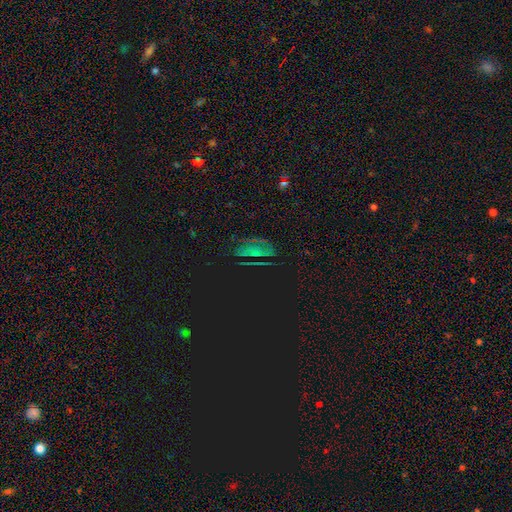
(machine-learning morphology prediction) smooth-or-featured: star or artifact: 62% | smooth: 22% | featured or disk: 16%